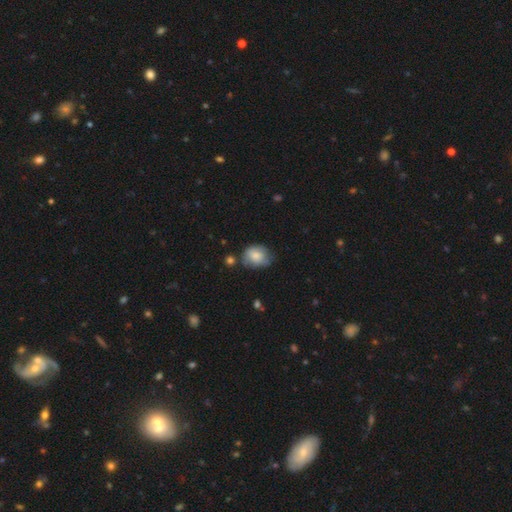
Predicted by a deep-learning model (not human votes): smooth_or_featured: smooth (p=0.78) [alt: featured or disk p=0.15]
how_rounded: in between (p=0.52) [alt: round p=0.47]
merging: none (p=0.55) [alt: minor disturbance p=0.32]